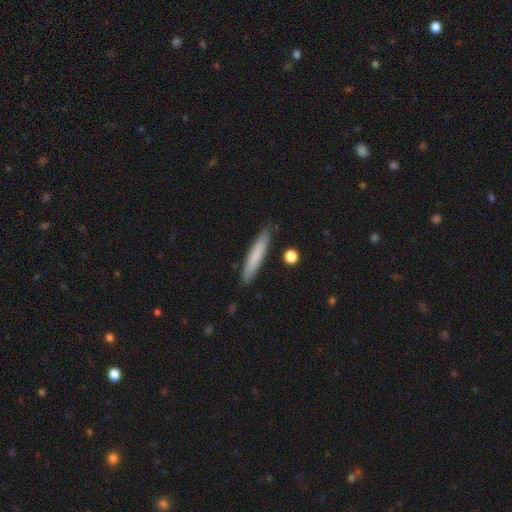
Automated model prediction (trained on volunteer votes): Smooth or featured? Predicted: smooth (p=0.76). How rounded? Predicted: cigar-shaped (p=0.93). Merging? Predicted: none (p=0.86).